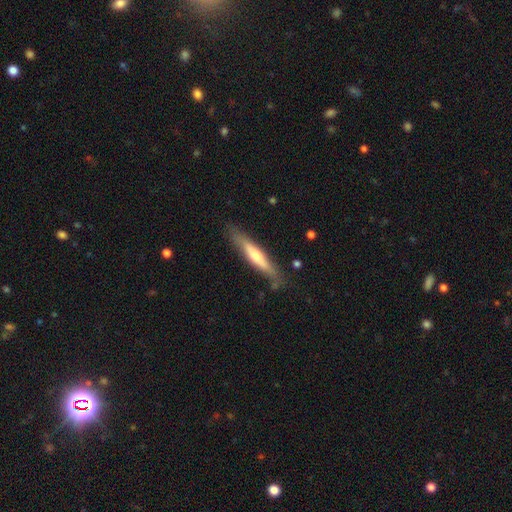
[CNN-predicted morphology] smooth-or-featured: featured or disk: 52% | smooth: 43% | star or artifact: 6%
  disk-edge-on: yes: 89% | no: 11%
  merging: none: 81% | minor disturbance: 14% | major disturbance: 3% | merger: 2%